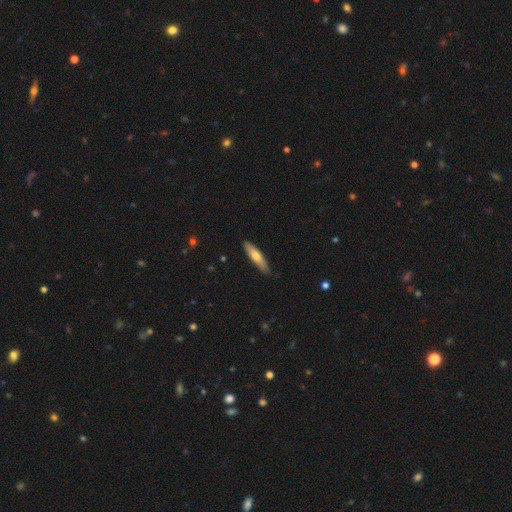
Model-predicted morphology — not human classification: smooth 62%, featured or disk 32%, star or artifact 5%. Down the decision tree: how rounded — cigar-shaped (79%); merging — none (88%).